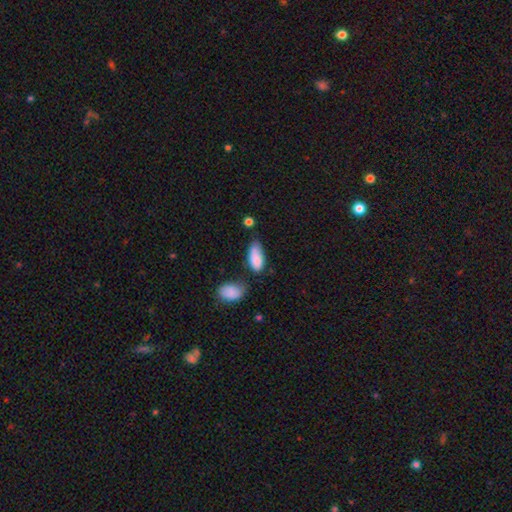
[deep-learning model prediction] Smooth or featured?
  - smooth: 85% *
  - featured or disk: 8%
  - star or artifact: 7%
How rounded?
  - in between: 88% *
  - cigar-shaped: 10%
  - round: 2%
Merging?
  - none: 42% *
  - minor disturbance: 36%
  - merger: 12%
  - major disturbance: 11%